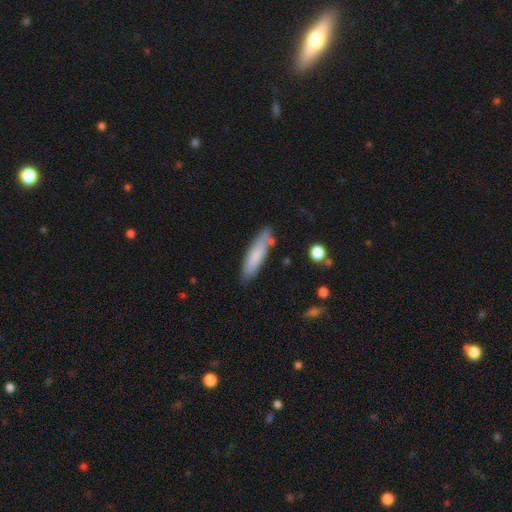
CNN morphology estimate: Smooth or featured?
  - smooth: 77% *
  - featured or disk: 17%
  - star or artifact: 6%
How rounded?
  - cigar-shaped: 76% *
  - in between: 23%
  - round: 1%
Merging?
  - none: 77% *
  - minor disturbance: 16%
  - merger: 4%
  - major disturbance: 3%